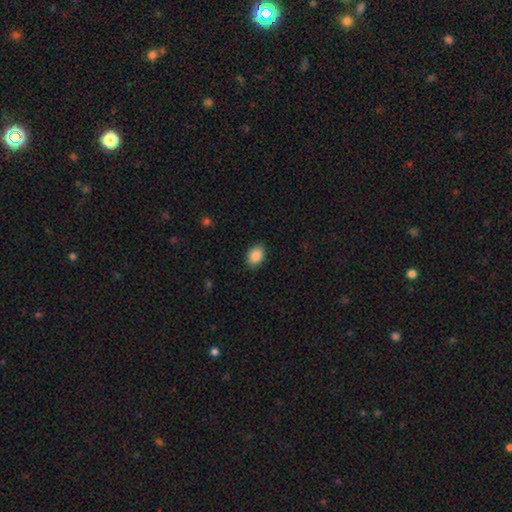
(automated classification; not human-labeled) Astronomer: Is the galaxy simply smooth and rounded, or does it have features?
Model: smooth — 89%.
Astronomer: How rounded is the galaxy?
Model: in between — 85%.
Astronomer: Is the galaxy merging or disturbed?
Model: none — 88%.